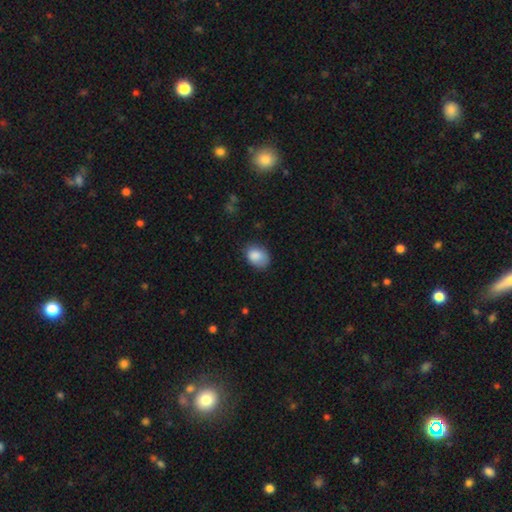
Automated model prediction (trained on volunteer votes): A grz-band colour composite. It shows a smooth galaxy with no disk features (86%) that is in between round and cigar-shaped (72%). Merging: none (69%).